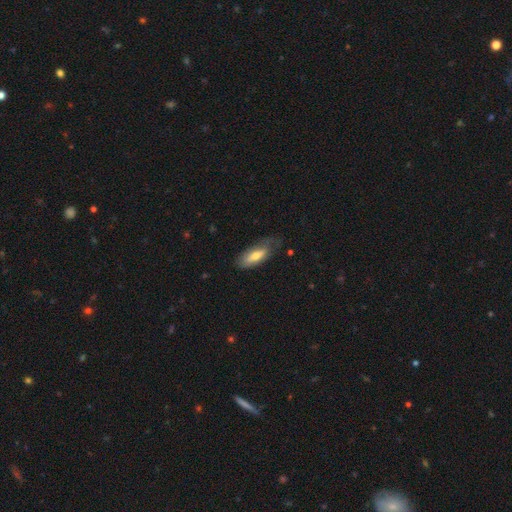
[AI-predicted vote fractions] The model was most divided on "merging": none: 52%, minor disturbance: 30%, major disturbance: 15%, merger: 2%. More confident: how rounded — in between (73%); smooth or featured — smooth (61%).